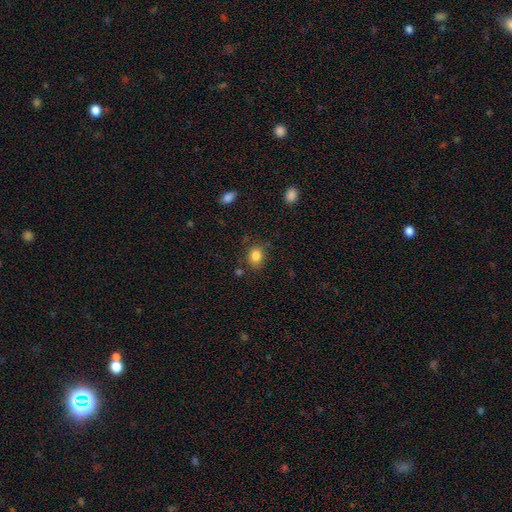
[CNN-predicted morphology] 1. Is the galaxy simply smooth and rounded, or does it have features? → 84% smooth, 10% star or artifact, 6% featured or disk.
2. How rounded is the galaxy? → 51% in between, 48% round, 1% cigar-shaped.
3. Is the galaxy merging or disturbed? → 79% none, 14% minor disturbance, 4% major disturbance, 4% merger.